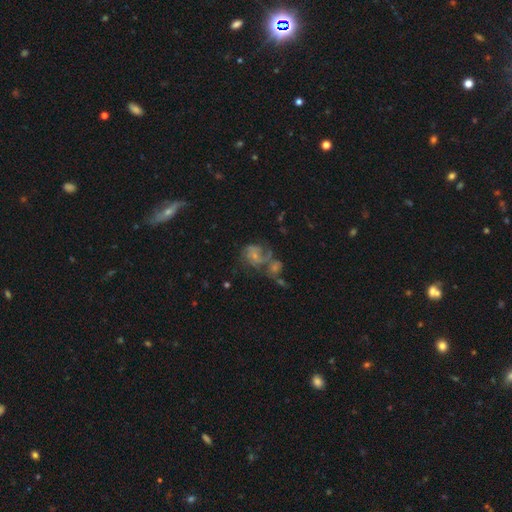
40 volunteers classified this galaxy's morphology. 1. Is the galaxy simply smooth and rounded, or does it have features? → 100% featured or disk, 0% smooth, 0% star or artifact.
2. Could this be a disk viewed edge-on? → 98% no, 2% yes.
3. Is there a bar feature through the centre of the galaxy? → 74% no, 23% weak, 3% strong.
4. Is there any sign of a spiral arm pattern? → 100% yes, 0% no.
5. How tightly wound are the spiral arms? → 49% medium, 36% tight, 15% loose.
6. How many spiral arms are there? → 59% 3, 21% 2, 10% 1, 10% can't tell, 0% 4, 0% more than 4.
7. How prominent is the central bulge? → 51% moderate, 49% small, 0% dominant, 0% large, 0% none.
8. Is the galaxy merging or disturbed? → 32% merger, 28% none, 25% minor disturbance, 15% major disturbance.